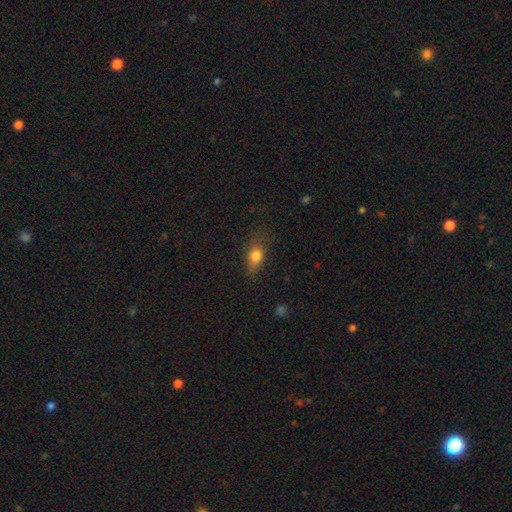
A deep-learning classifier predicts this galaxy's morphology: type=smooth (77%); roundness=in between (71%); merging=none (53%).